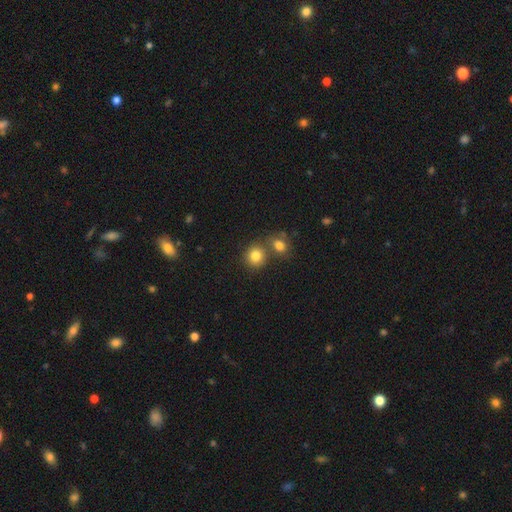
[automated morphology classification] The model was most divided on "merging": none: 57%, merger: 32%, minor disturbance: 8%, major disturbance: 3%. More confident: how rounded — round (84%); smooth or featured — smooth (82%).